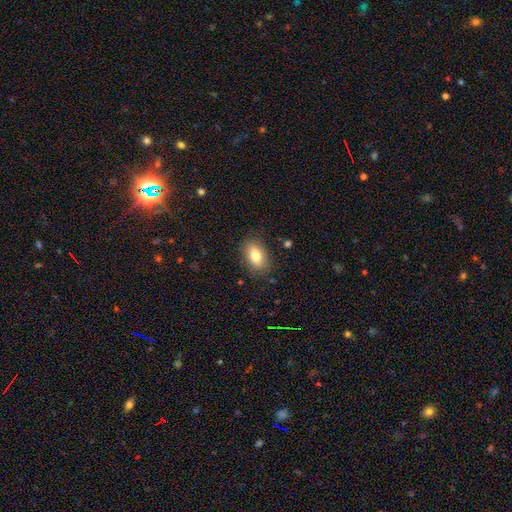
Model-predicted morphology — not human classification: smooth_or_featured: smooth (p=0.81) [alt: featured or disk p=0.11]
how_rounded: in between (p=0.87) [alt: round p=0.10]
merging: none (p=0.84) [alt: minor disturbance p=0.12]